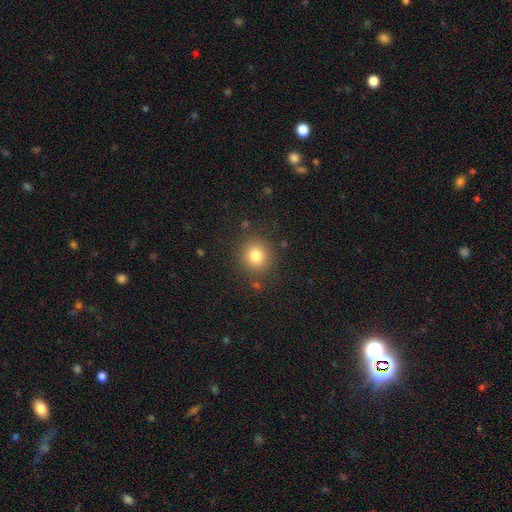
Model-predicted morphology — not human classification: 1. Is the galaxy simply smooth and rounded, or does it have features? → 80% smooth, 12% star or artifact, 8% featured or disk.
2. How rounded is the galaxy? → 85% round, 14% in between, 1% cigar-shaped.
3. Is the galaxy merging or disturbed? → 85% none, 9% minor disturbance, 4% major disturbance, 2% merger.